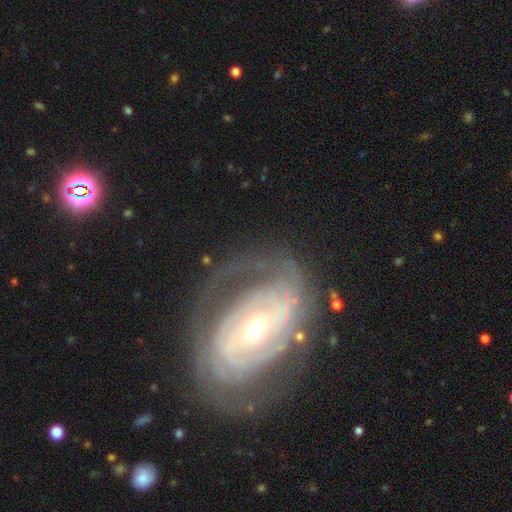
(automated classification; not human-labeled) featured or disk 86%, smooth 8%, star or artifact 6%. Down the decision tree: edge-on disk — no (96%); bar — no (40%); spiral arms — yes (91%); spiral arm count — 2 (37%); spiral winding — tight (62%); bulge size — small (55%); merging — none (67%).